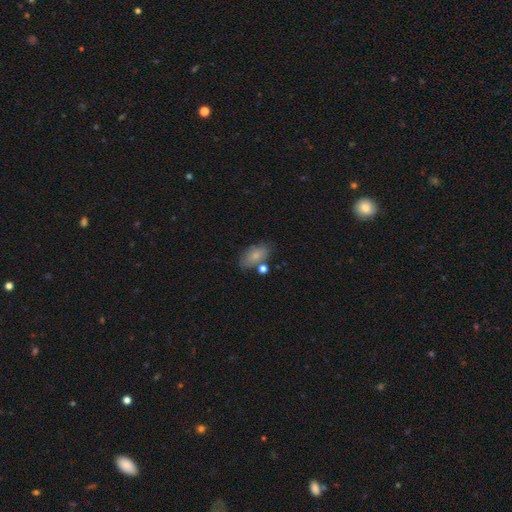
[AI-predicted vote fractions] smooth-or-featured: smooth: 78% | featured or disk: 14% | star or artifact: 8%
  how-rounded: in between: 89% | round: 7% | cigar-shaped: 4%
  merging: none: 66% | minor disturbance: 17% | merger: 12% | major disturbance: 5%